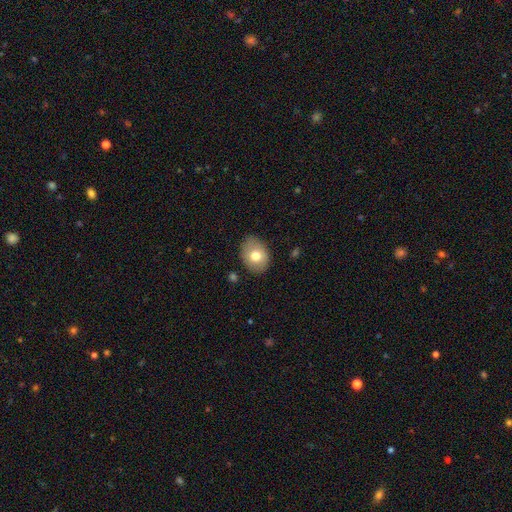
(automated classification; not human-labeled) Smooth or featured? smooth (74%)
How rounded? in between (74%)
Merging? none (83%)